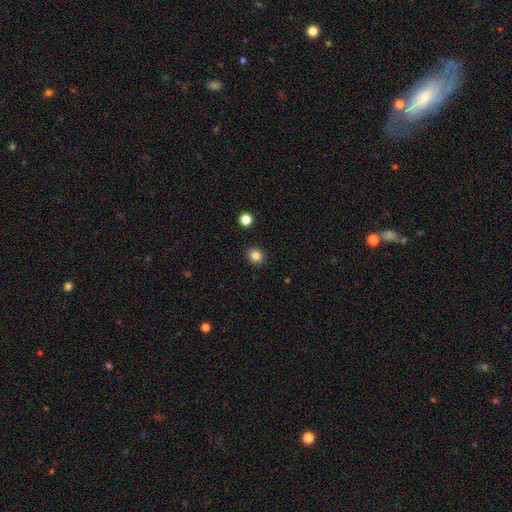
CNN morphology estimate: Q: Smooth or featured?
A: smooth (85%); runner-up: star or artifact (11%)
Q: How rounded?
A: round (83%); runner-up: in between (16%)
Q: Merging?
A: none (91%); runner-up: minor disturbance (6%)